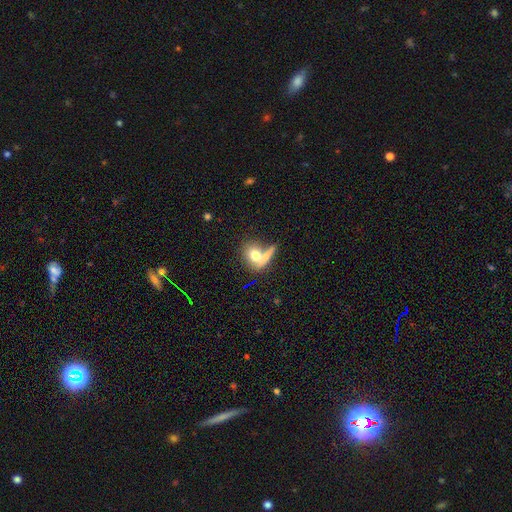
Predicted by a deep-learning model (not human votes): Morphology: type=smooth (71%); roundness=round (49%); merging=merger (41%).